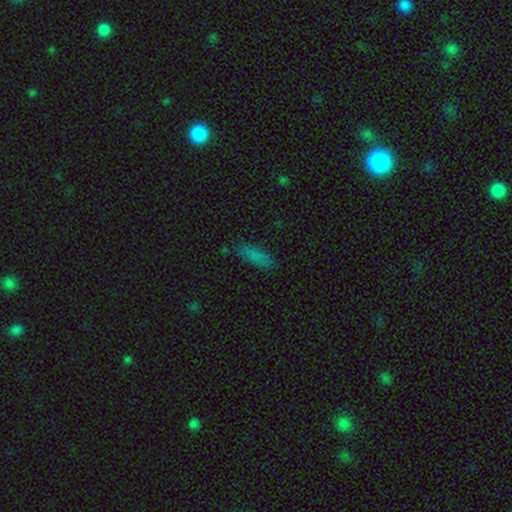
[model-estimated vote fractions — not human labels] The model was most divided on "how rounded": in between: 57%, cigar-shaped: 40%, round: 3%. More confident: merging — none (82%); smooth or featured — smooth (81%).